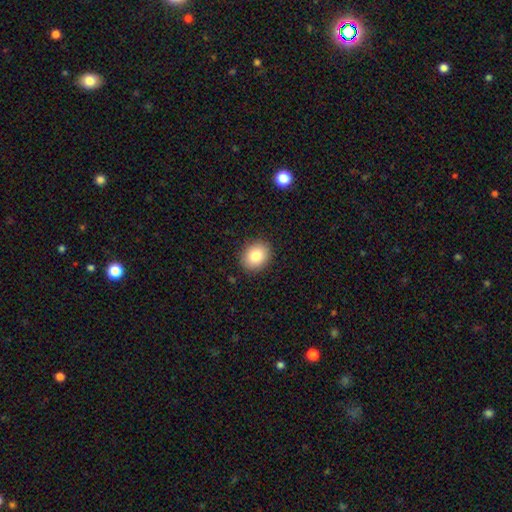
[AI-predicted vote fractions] Smooth or featured?
  - smooth: 85% *
  - star or artifact: 8%
  - featured or disk: 7%
How rounded?
  - round: 54% *
  - in between: 46%
  - cigar-shaped: 1%
Merging?
  - none: 89% *
  - minor disturbance: 8%
  - major disturbance: 2%
  - merger: 1%